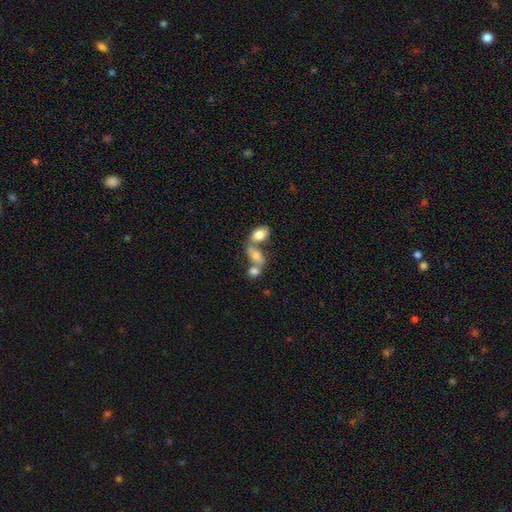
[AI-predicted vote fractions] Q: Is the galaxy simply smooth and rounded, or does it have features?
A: smooth — 69%.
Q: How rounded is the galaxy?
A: in between — 83%.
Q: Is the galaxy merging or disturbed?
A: merger — 53%.